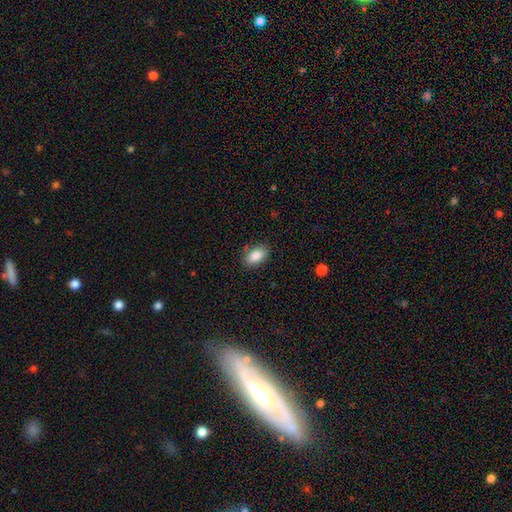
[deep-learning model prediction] The model was most divided on "merging": none: 85%, minor disturbance: 11%, major disturbance: 3%, merger: 1%. More confident: how rounded — in between (91%); smooth or featured — smooth (86%).